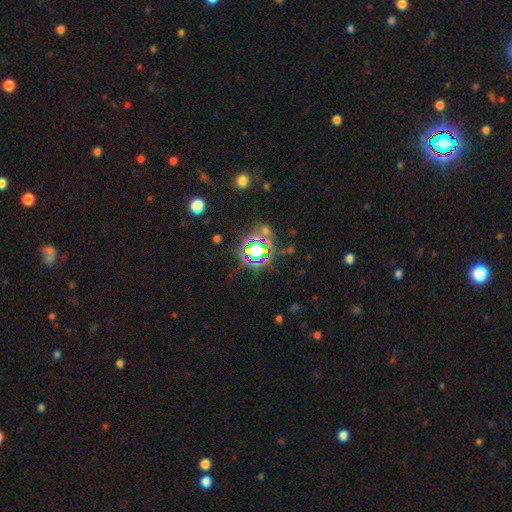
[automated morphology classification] Overall: star or artifact (59%; smooth 29%).